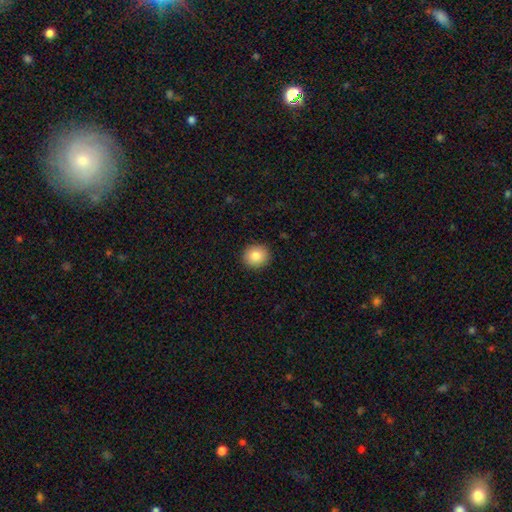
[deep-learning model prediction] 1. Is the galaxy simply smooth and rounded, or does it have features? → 85% smooth, 9% star or artifact, 6% featured or disk.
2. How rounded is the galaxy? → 88% round, 11% in between, 1% cigar-shaped.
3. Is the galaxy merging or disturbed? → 91% none, 6% minor disturbance, 2% major disturbance, 1% merger.